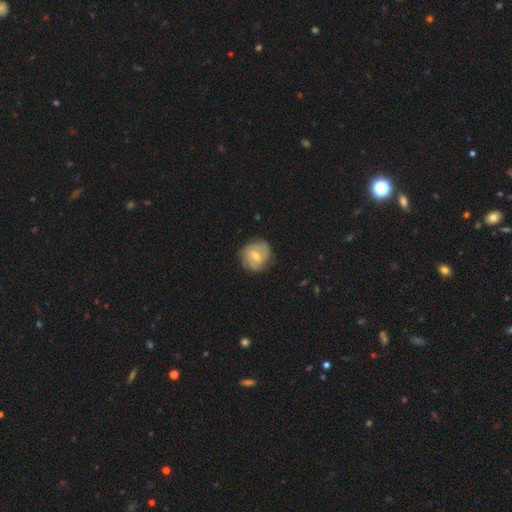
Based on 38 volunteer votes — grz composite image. It shows a featured or disk galaxy (71%) with a weak bar (65%), tight (71%) spiral arms (92%) and a moderate central bulge (62%). Merging: none (53%).